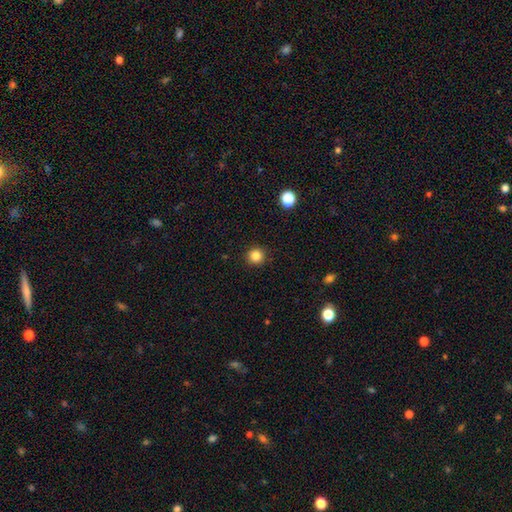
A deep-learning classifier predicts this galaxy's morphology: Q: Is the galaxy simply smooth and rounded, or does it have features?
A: smooth — 84%.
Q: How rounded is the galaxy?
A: round — 95%.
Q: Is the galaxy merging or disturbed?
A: none — 92%.